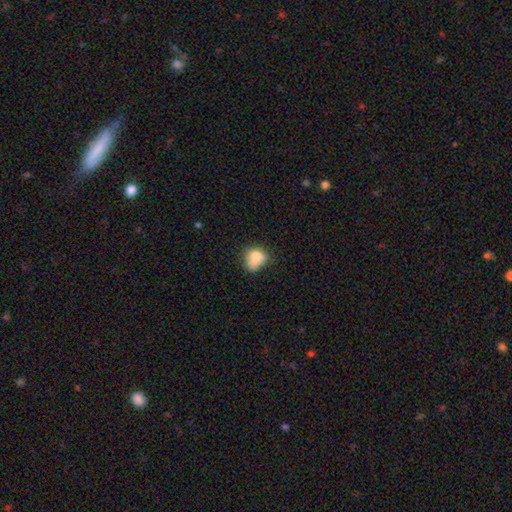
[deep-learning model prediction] A smooth galaxy with no disk features (79%) that is in between round and cigar-shaped (53%).

Vote fractions:
- Smooth or featured? smooth: 79% / featured or disk: 11% / star or artifact: 11%
- How rounded? in between: 53% / round: 46% / cigar-shaped: 1%
- Merging? minor disturbance: 40% / none: 37% / major disturbance: 17% / merger: 7%